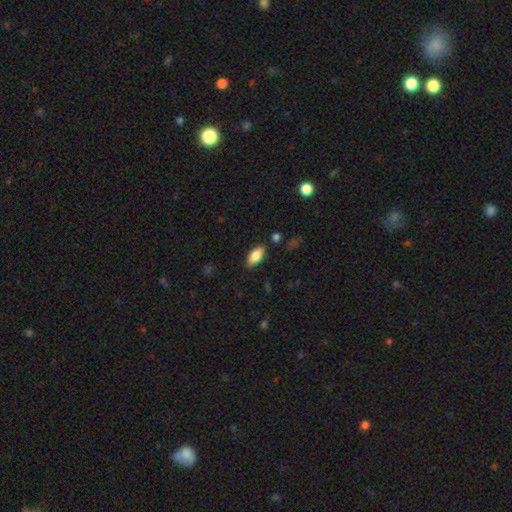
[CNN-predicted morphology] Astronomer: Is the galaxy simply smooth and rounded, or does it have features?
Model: smooth — 85%.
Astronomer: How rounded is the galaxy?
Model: in between — 91%.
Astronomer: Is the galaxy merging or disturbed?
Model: none — 84%.